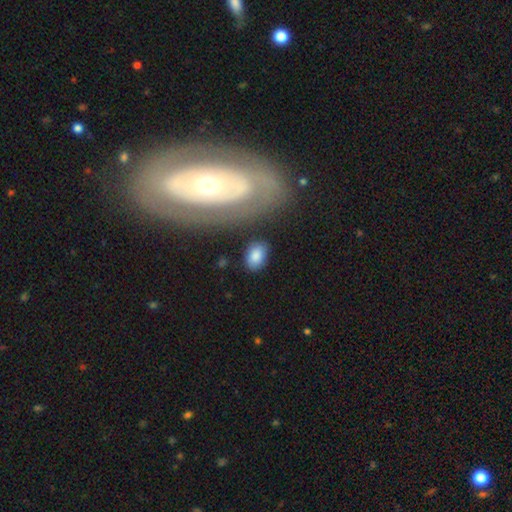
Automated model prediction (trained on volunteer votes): The model was most divided on "how rounded": in between: 81%, round: 17%, cigar-shaped: 2%. More confident: smooth or featured — smooth (84%); merging — none (78%).